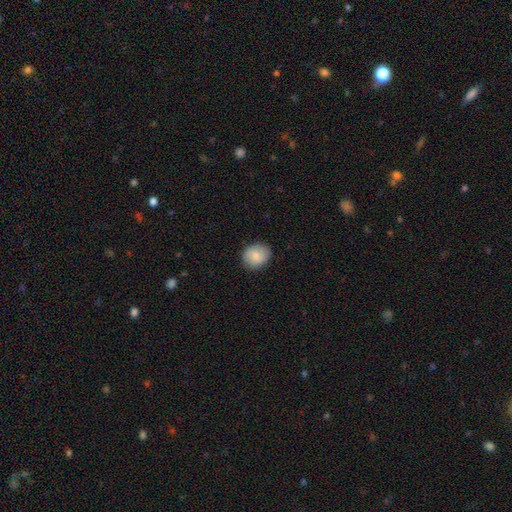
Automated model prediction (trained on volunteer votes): Smooth or featured? smooth (81%)
How rounded? round (64%)
Merging? none (85%)